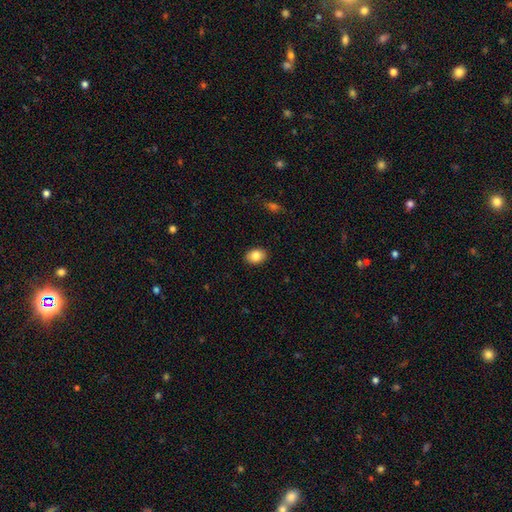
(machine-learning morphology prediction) A smooth galaxy with no disk features (85%) that is in between round and cigar-shaped (77%). Merging: none (90%).